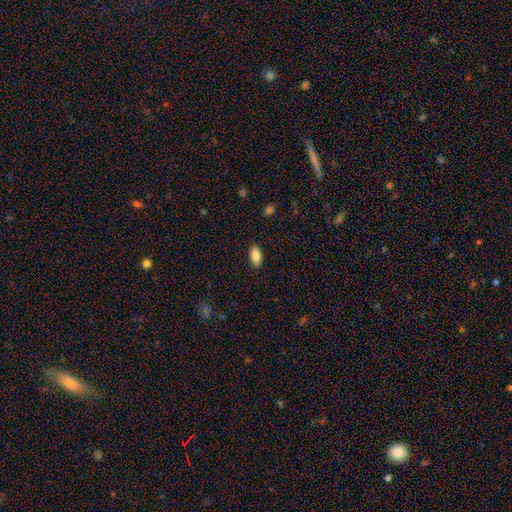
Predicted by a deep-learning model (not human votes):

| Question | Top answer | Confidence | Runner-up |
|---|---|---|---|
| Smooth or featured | smooth | 87% | star or artifact (7%) |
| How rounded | in between | 92% | cigar-shaped (6%) |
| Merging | none | 88% | minor disturbance (9%) |